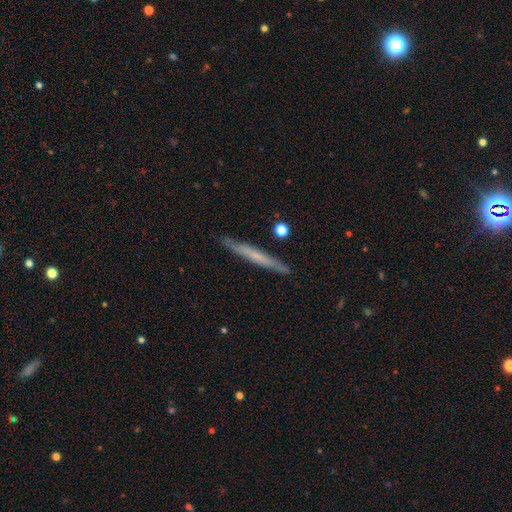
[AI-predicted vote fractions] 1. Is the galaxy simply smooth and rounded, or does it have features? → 50% featured or disk, 43% smooth, 6% star or artifact.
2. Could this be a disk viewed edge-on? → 93% yes, 7% no.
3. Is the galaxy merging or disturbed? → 86% none, 10% minor disturbance, 2% major disturbance, 2% merger.